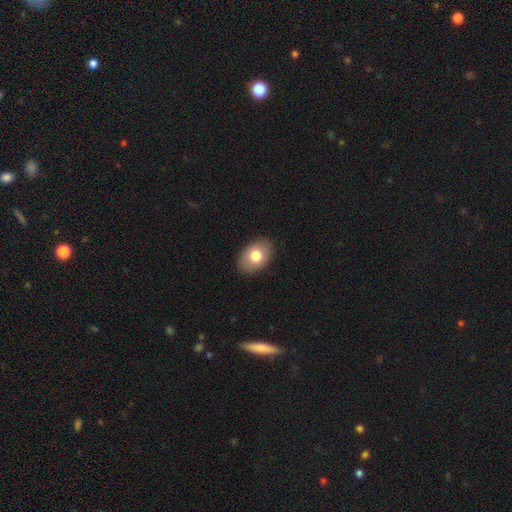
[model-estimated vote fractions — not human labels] The model was most divided on "smooth or featured": smooth: 77%, featured or disk: 16%, star or artifact: 7%. More confident: merging — none (88%); how rounded — in between (84%).